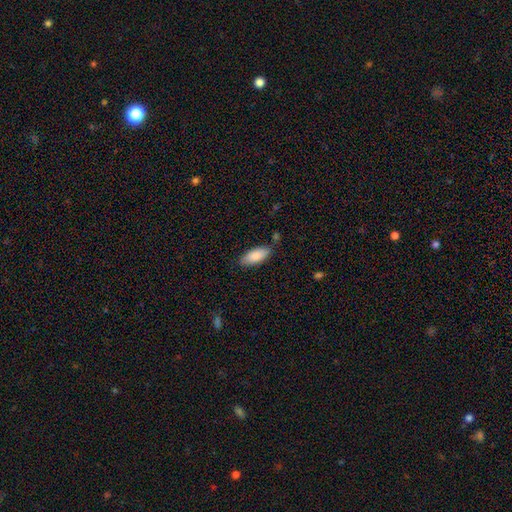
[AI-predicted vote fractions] The model was most divided on "how rounded": in between: 82%, cigar-shaped: 16%, round: 2%. More confident: smooth or featured — smooth (86%); merging — none (81%).